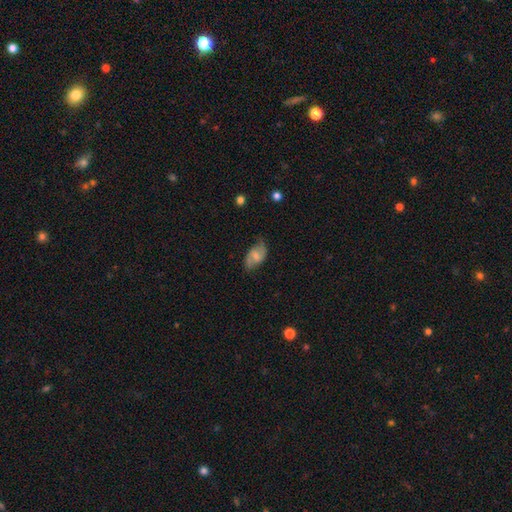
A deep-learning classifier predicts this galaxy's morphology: Smooth or featured? featured or disk (56%)
Edge-on disk? no (96%)
Bar? weak (51%)
Spiral arms? yes (88%)
Bulge size? small (42%)
Merging? none (70%)